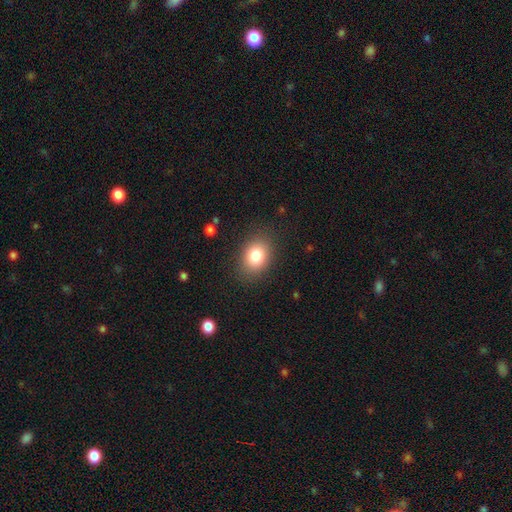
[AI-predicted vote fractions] Smooth or featured?
  - smooth: 82% *
  - star or artifact: 10%
  - featured or disk: 9%
How rounded?
  - in between: 67% *
  - round: 32%
  - cigar-shaped: 1%
Merging?
  - none: 85% *
  - minor disturbance: 10%
  - major disturbance: 4%
  - merger: 1%